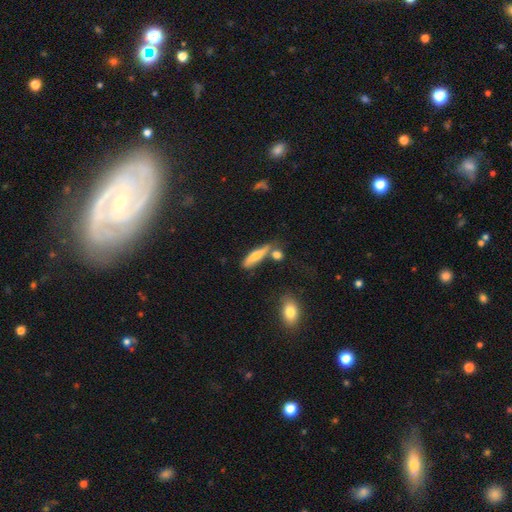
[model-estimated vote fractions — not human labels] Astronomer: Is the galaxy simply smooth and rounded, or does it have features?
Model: smooth — 61%.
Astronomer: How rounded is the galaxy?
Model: cigar-shaped — 72%.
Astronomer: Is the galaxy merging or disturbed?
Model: none — 61%.